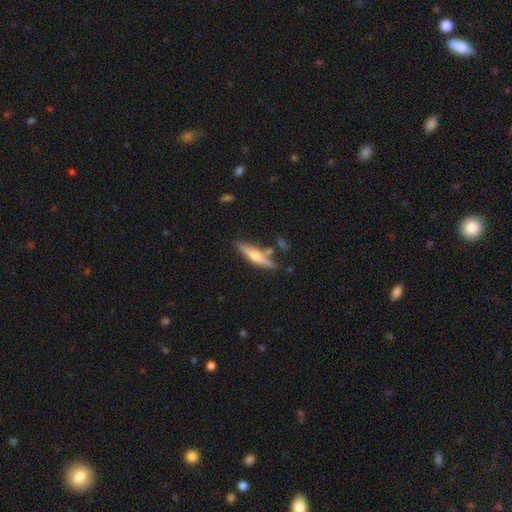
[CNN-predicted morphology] Smooth or featured?
  - featured or disk: 50% *
  - smooth: 44%
  - star or artifact: 6%
Merging?
  - none: 75% *
  - minor disturbance: 13%
  - merger: 9%
  - major disturbance: 3%